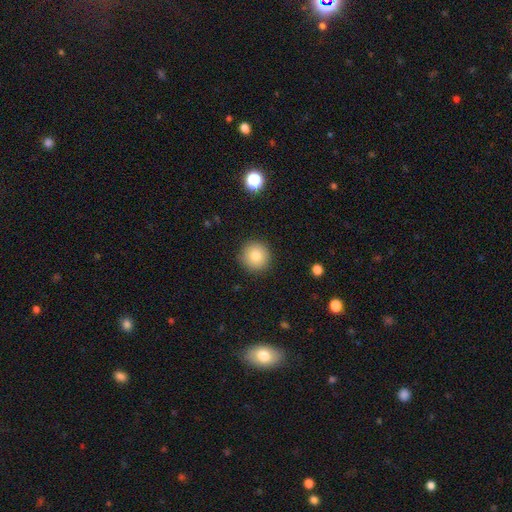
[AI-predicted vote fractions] A smooth galaxy with no disk features (79%) that is round (95%). Merging: none (90%).